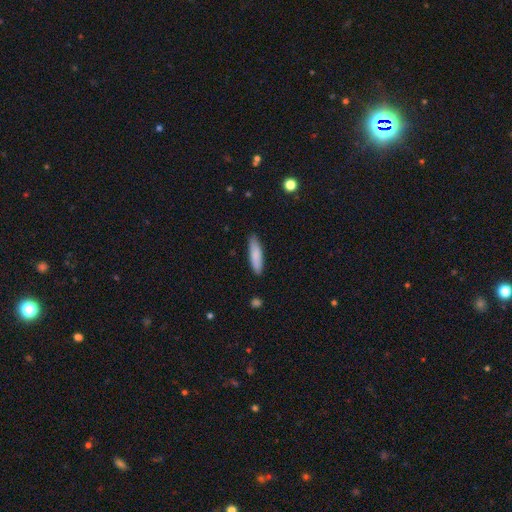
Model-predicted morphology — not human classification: smooth 84%, featured or disk 10%, star or artifact 6%. Down the decision tree: how rounded — cigar-shaped (72%); merging — none (88%).